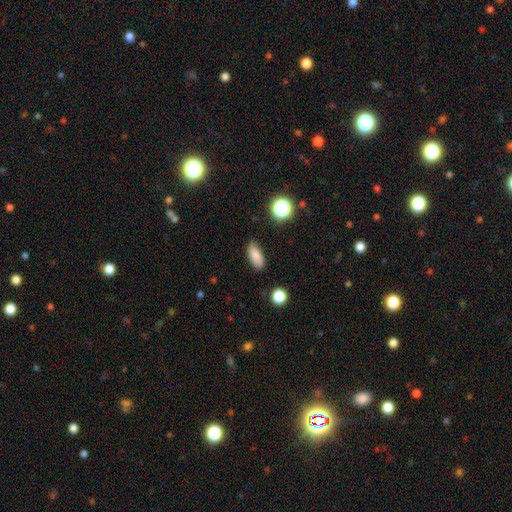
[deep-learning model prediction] Q: Smooth or featured?
A: smooth (83%); runner-up: star or artifact (10%)
Q: How rounded?
A: in between (81%); runner-up: cigar-shaped (15%)
Q: Merging?
A: none (84%); runner-up: minor disturbance (12%)